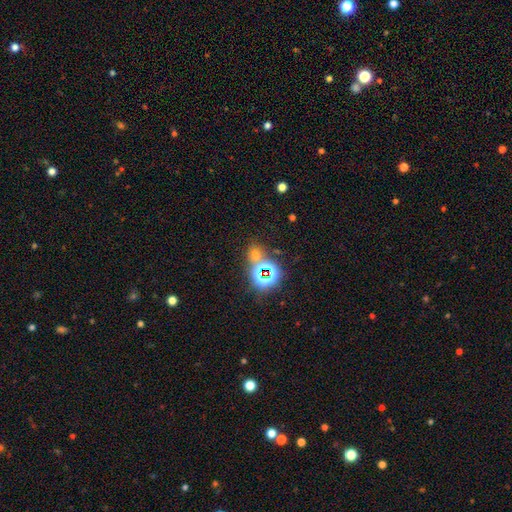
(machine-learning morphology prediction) This is possibly a star or artifact rather than a galaxy (60%).